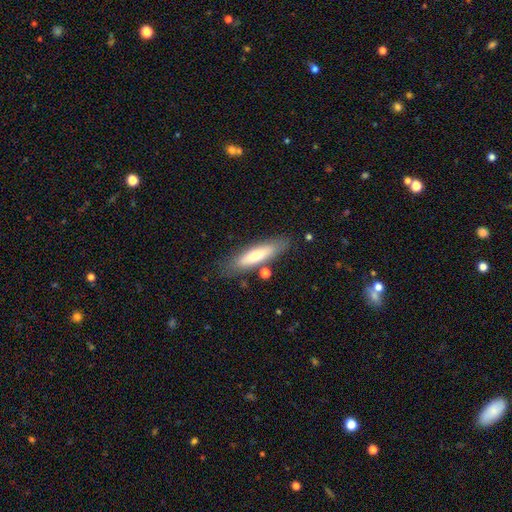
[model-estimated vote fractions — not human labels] A smooth galaxy with no disk features (63%) that is cigar-shaped (69%).

Vote fractions:
- Smooth or featured? smooth: 63% / featured or disk: 30% / star or artifact: 7%
- How rounded? cigar-shaped: 69% / in between: 30% / round: 2%
- Merging? none: 81% / minor disturbance: 12% / merger: 4% / major disturbance: 3%